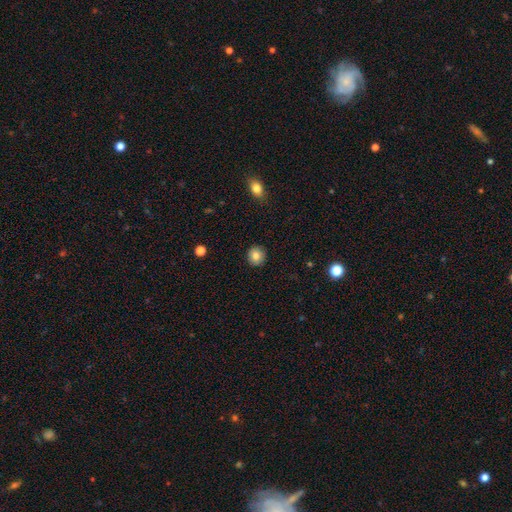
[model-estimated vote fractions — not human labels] Q: Smooth or featured?
A: smooth (82%); runner-up: star or artifact (9%)
Q: How rounded?
A: round (92%); runner-up: in between (7%)
Q: Merging?
A: none (91%); runner-up: minor disturbance (6%)